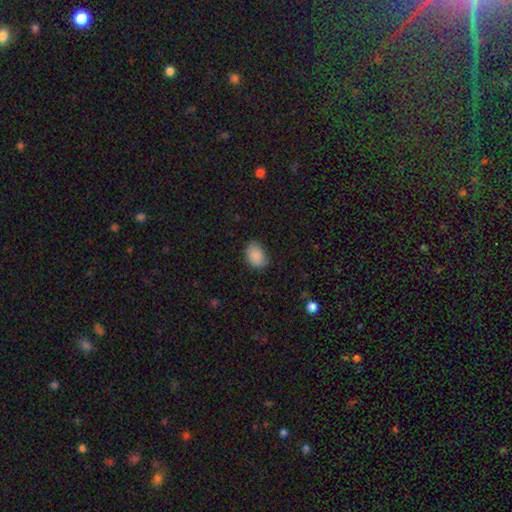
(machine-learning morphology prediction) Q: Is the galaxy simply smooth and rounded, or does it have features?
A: smooth — 87%.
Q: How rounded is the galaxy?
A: in between — 83%.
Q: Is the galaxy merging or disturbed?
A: none — 76%.